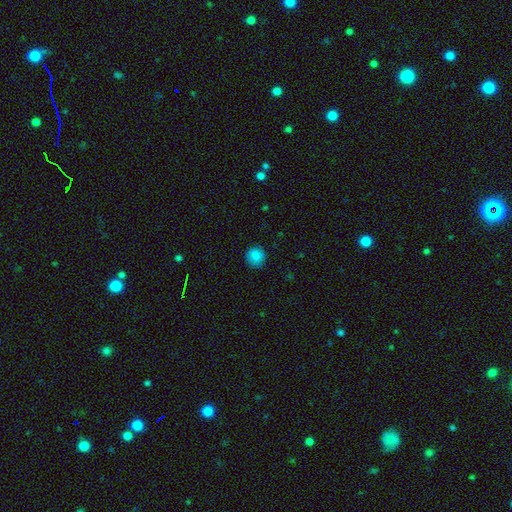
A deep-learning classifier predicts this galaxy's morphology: type=smooth (85%); roundness=round (93%); merging=none (89%).